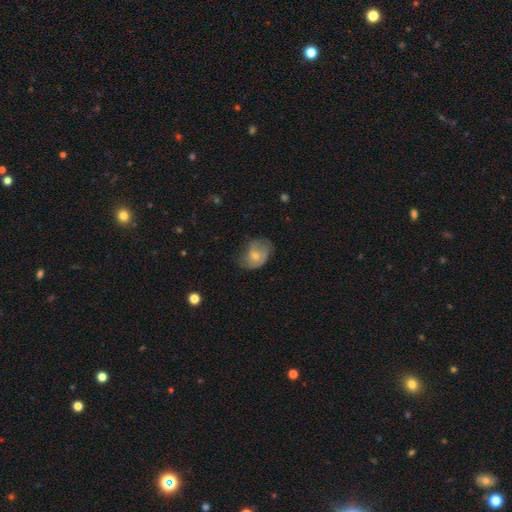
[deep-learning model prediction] Smooth or featured: smooth — 61% (featured or disk — 31%)
How rounded: in between — 66% (round — 33%)
Merging: none — 46% (minor disturbance — 36%)